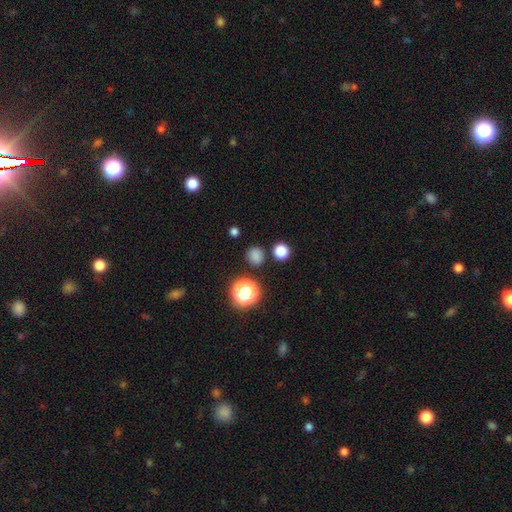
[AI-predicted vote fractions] Smooth or featured: smooth — 76% (star or artifact — 19%)
How rounded: round — 86% (in between — 13%)
Merging: none — 84% (minor disturbance — 9%)